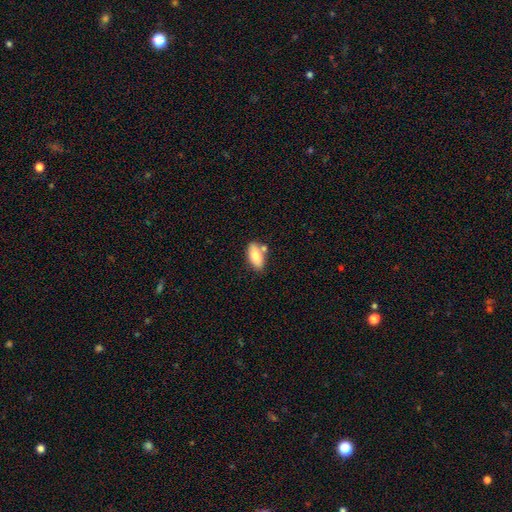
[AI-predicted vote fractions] smooth-or-featured: smooth: 79% | featured or disk: 15% | star or artifact: 7%
  how-rounded: in between: 90% | cigar-shaped: 7% | round: 3%
  merging: none: 67% | merger: 15% | minor disturbance: 14% | major disturbance: 3%